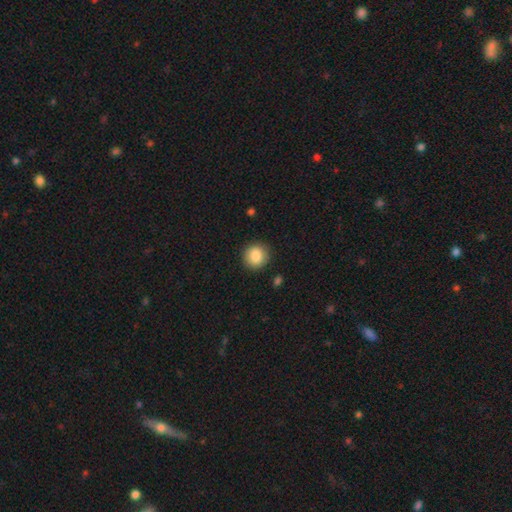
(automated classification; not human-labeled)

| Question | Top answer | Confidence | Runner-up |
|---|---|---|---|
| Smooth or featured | smooth | 86% | star or artifact (8%) |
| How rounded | round | 90% | in between (9%) |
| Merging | none | 90% | minor disturbance (7%) |